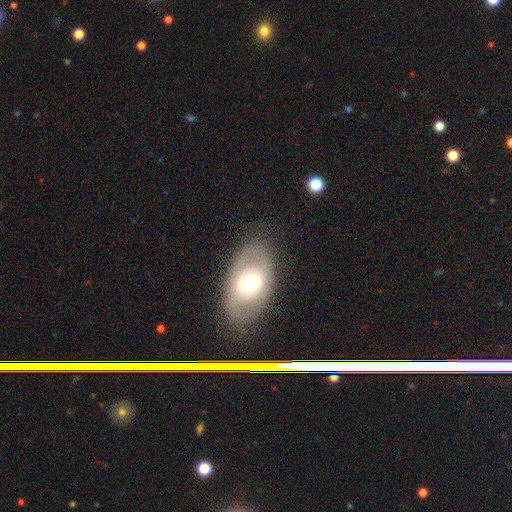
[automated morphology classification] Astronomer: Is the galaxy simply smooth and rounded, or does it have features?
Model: featured or disk — 48% (runner-up: smooth, 33%).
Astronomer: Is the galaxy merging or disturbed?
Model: none — 80%.